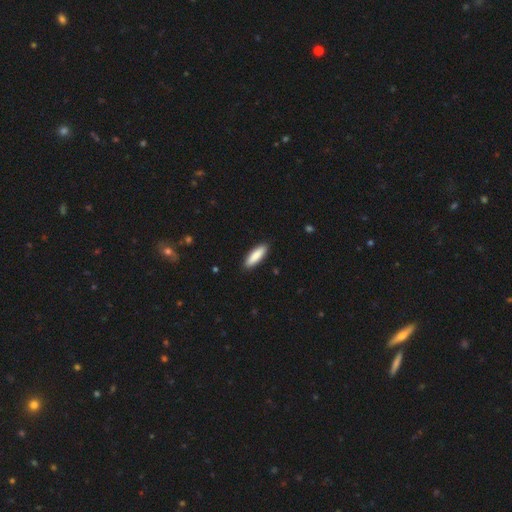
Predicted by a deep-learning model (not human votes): Smooth or featured?
  - smooth: 87% *
  - featured or disk: 7%
  - star or artifact: 5%
How rounded?
  - cigar-shaped: 53% *
  - in between: 46%
  - round: 1%
Merging?
  - none: 90% *
  - minor disturbance: 7%
  - major disturbance: 2%
  - merger: 1%